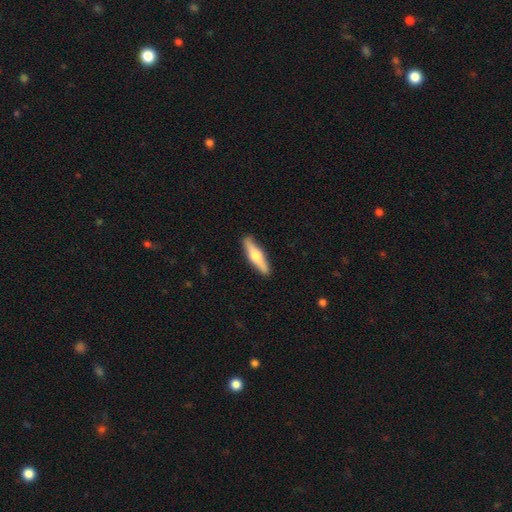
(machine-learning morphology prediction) Smooth or featured? featured or disk (52%)
Edge-on disk? yes (94%)
Merging? none (90%)